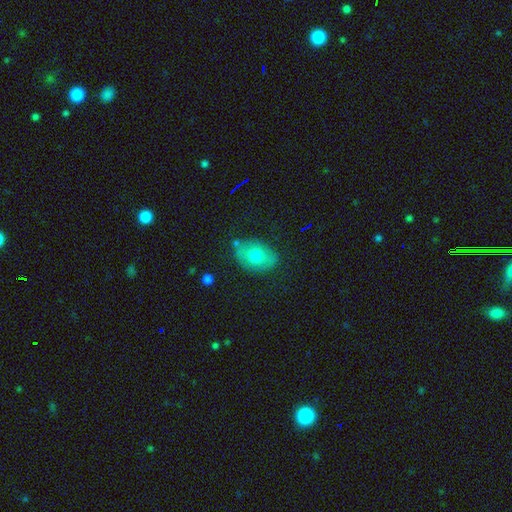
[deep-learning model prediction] This appears to be a smooth galaxy with no disk features (69%) that is in between round and cigar-shaped (77%). Merging: none (75%).